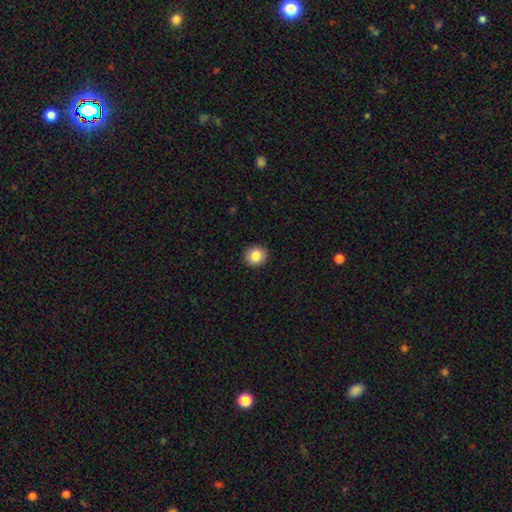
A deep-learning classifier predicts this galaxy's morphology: type=smooth (86%); roundness=round (88%); merging=none (92%).